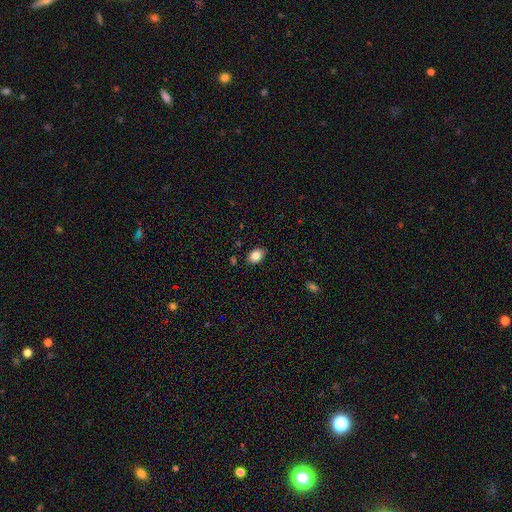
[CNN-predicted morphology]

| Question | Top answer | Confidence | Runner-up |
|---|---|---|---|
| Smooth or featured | smooth | 87% | star or artifact (8%) |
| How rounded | in between | 80% | round (19%) |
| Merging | none | 85% | minor disturbance (11%) |